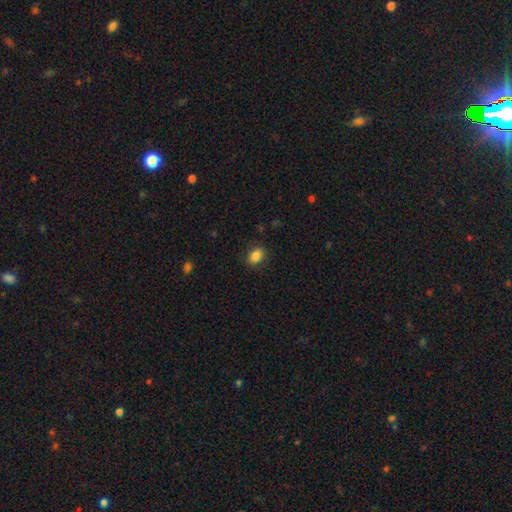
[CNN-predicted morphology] smooth-or-featured: smooth: 86% | star or artifact: 9% | featured or disk: 5%
  how-rounded: in between: 74% | round: 25% | cigar-shaped: 1%
  merging: none: 86% | minor disturbance: 10% | major disturbance: 3% | merger: 1%